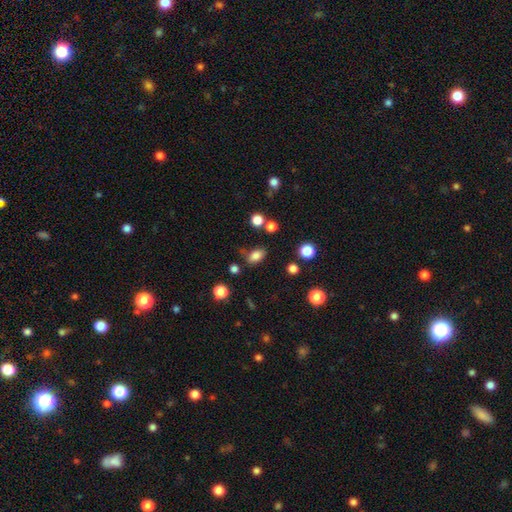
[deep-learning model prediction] A smooth galaxy with no disk features (83%) that is in between round and cigar-shaped (84%).

Vote fractions:
- Smooth or featured? smooth: 83% / star or artifact: 11% / featured or disk: 6%
- How rounded? in between: 84% / round: 14% / cigar-shaped: 2%
- Merging? none: 74% / minor disturbance: 16% / merger: 6% / major disturbance: 5%